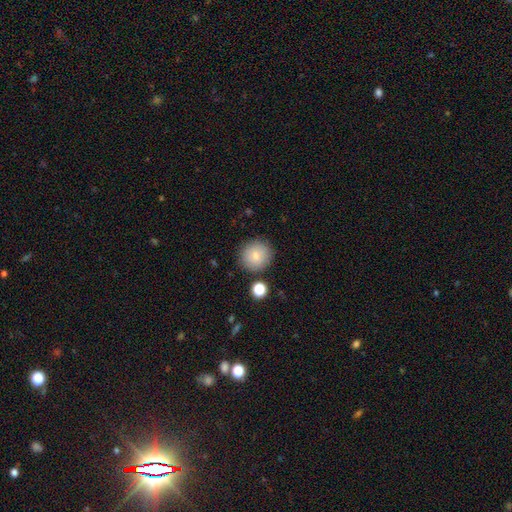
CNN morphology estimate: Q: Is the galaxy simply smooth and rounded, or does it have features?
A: smooth — 81%.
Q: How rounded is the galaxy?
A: round — 91%.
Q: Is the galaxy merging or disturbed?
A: none — 84%.